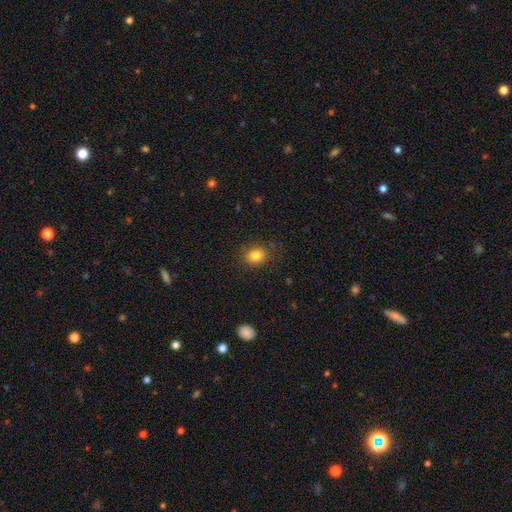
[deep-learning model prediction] Smooth or featured: smooth — 83% (star or artifact — 11%)
How rounded: round — 63% (in between — 36%)
Merging: none — 85% (minor disturbance — 11%)